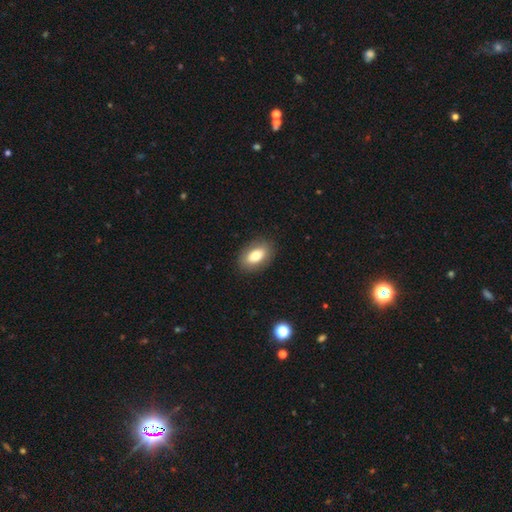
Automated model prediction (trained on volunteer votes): This appears to be a smooth galaxy with no disk features (77%) that is in between round and cigar-shaped (89%). Merging: none (88%).